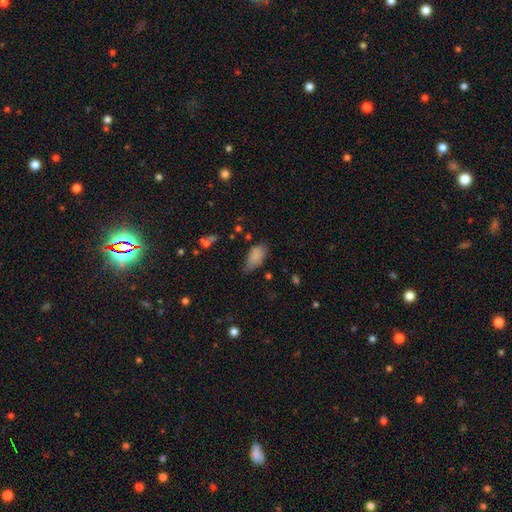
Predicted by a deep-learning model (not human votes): The model was most divided on "merging": none: 50%, minor disturbance: 37%, major disturbance: 10%, merger: 3%. More confident: how rounded — in between (91%); smooth or featured — smooth (82%).